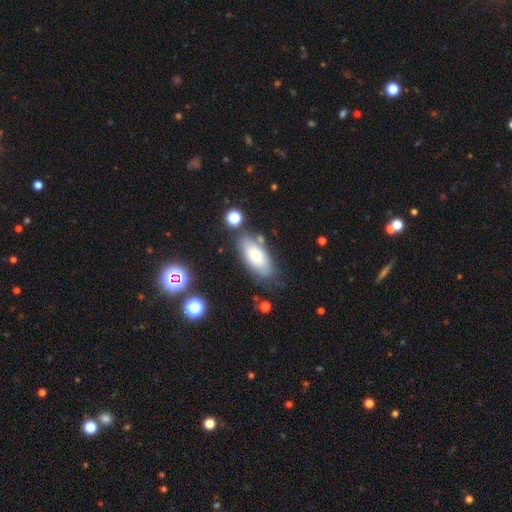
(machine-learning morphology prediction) Smooth or featured? smooth (72%)
How rounded? in between (86%)
Merging? none (70%)